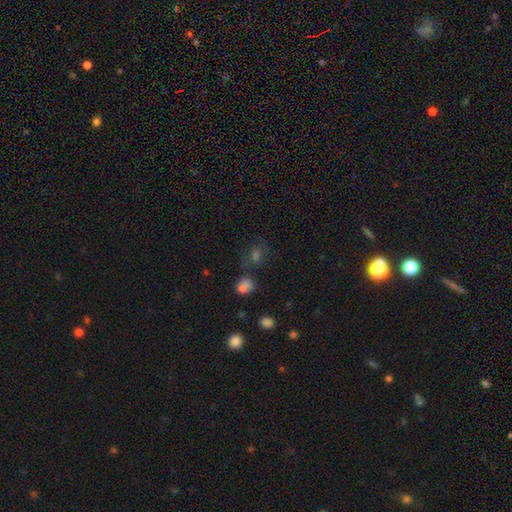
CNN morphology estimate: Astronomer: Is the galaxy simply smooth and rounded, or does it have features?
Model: smooth — 46% (runner-up: star or artifact, 40%).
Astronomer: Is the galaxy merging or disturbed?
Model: none — 63%.